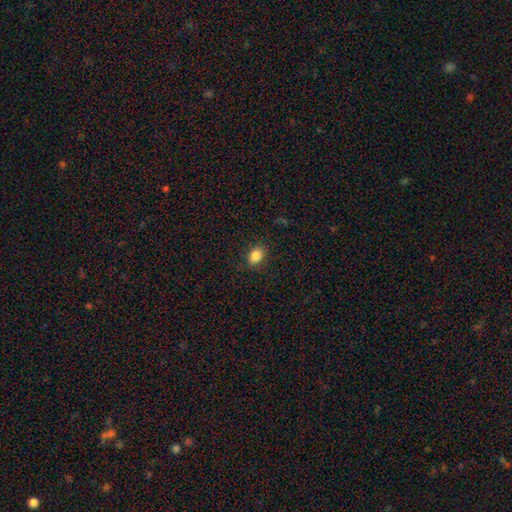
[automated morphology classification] Q: Smooth or featured?
A: smooth (85%); runner-up: star or artifact (9%)
Q: How rounded?
A: in between (72%); runner-up: round (27%)
Q: Merging?
A: none (87%); runner-up: minor disturbance (10%)